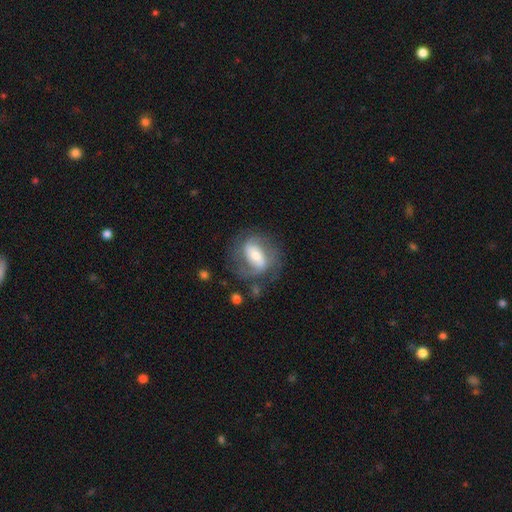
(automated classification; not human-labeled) This appears to be a featured or disk galaxy (70%) with a strong bar (40%), 2 (71%) medium (45%) spiral arms (83%) and a moderate central bulge (52%). Merging: none (62%).